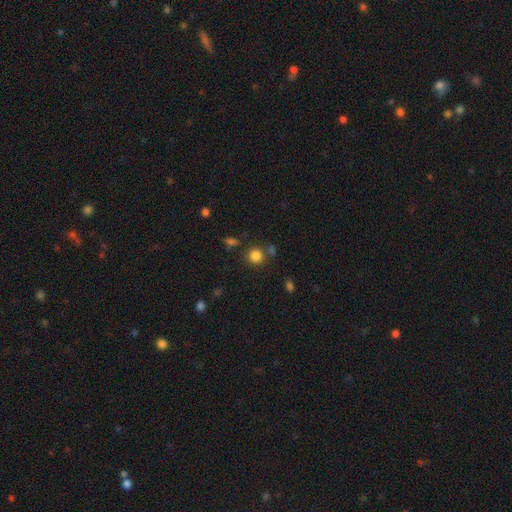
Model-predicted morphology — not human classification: Overall: smooth (82%). How rounded: round (90%). Merging: none (76%).